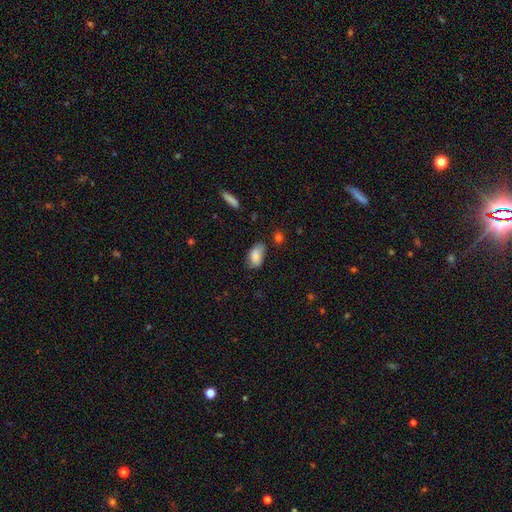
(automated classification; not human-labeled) smooth-or-featured: smooth: 84% | featured or disk: 8% | star or artifact: 8%
  how-rounded: in between: 92% | round: 6% | cigar-shaped: 2%
  merging: none: 53% | minor disturbance: 34% | major disturbance: 8% | merger: 5%